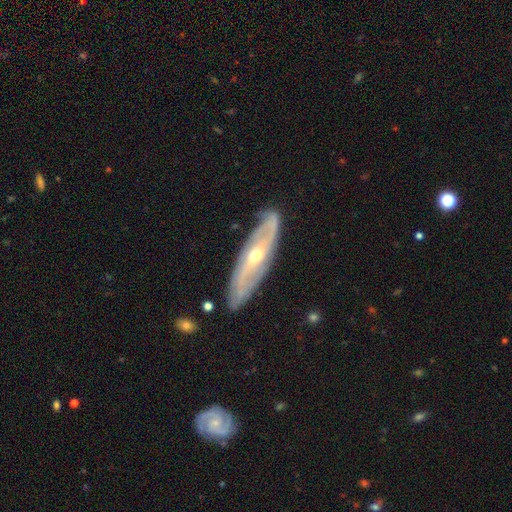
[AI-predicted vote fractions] smooth_or_featured: featured or disk (p=0.79) [alt: smooth p=0.15]
disk_edge_on: no (p=0.68) [alt: yes p=0.32]
bar: no (p=0.54) [alt: weak p=0.32]
has_spiral_arms: yes (p=0.85) [alt: no p=0.15]
bulge_size: moderate (p=0.56) [alt: small p=0.41]
merging: none (p=0.82) [alt: minor disturbance p=0.13]